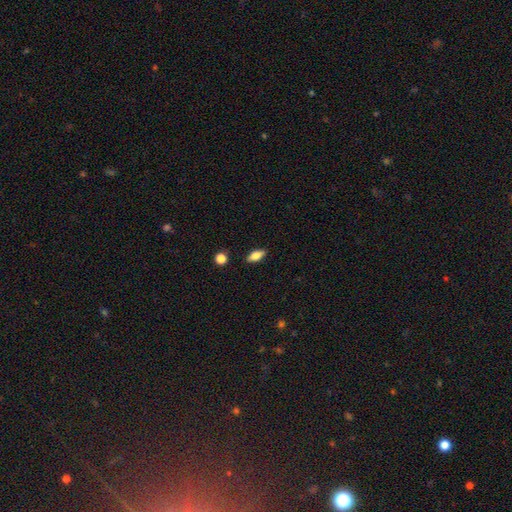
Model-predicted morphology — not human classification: This appears to be a smooth galaxy with no disk features (74%) that is in between round and cigar-shaped (80%). Merging: none (87%).